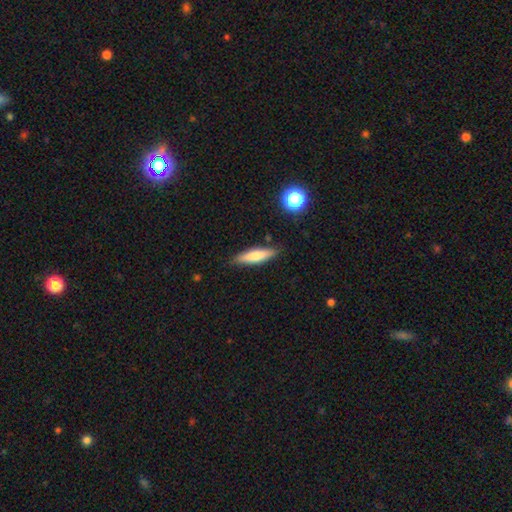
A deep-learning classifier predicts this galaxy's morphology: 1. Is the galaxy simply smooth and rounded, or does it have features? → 68% smooth, 25% featured or disk, 7% star or artifact.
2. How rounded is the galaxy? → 71% cigar-shaped, 27% in between, 2% round.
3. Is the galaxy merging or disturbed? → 85% none, 11% minor disturbance, 2% major disturbance, 2% merger.